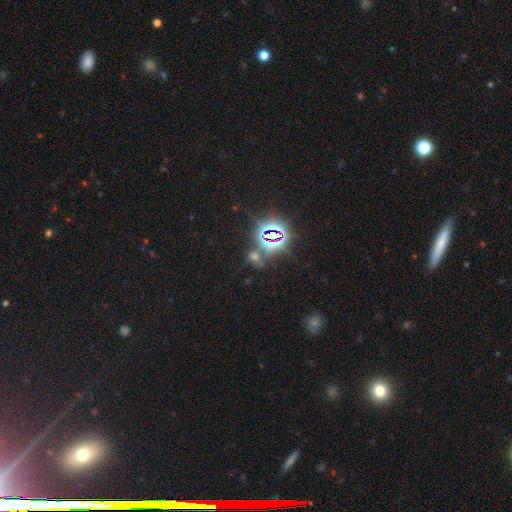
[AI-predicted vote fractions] smooth_or_featured: star or artifact (p=0.80) [alt: smooth p=0.12]